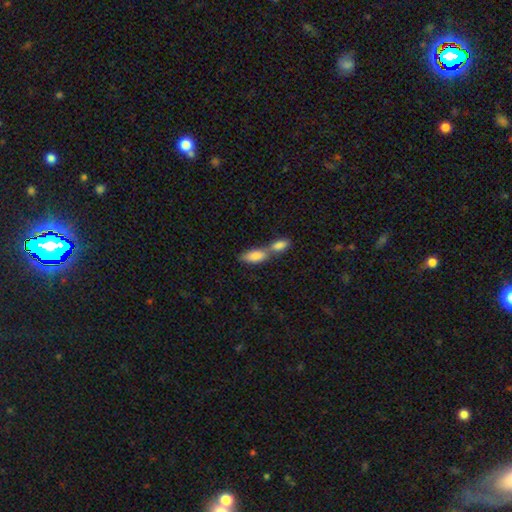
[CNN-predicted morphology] smooth 84%, featured or disk 10%, star or artifact 6%. Down the decision tree: how rounded — in between (83%); merging — merger (67%).